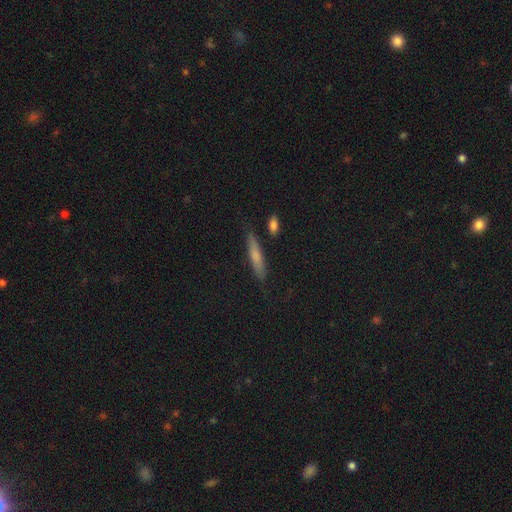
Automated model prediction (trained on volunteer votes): Smooth or featured? smooth (62%)
How rounded? cigar-shaped (87%)
Merging? none (80%)